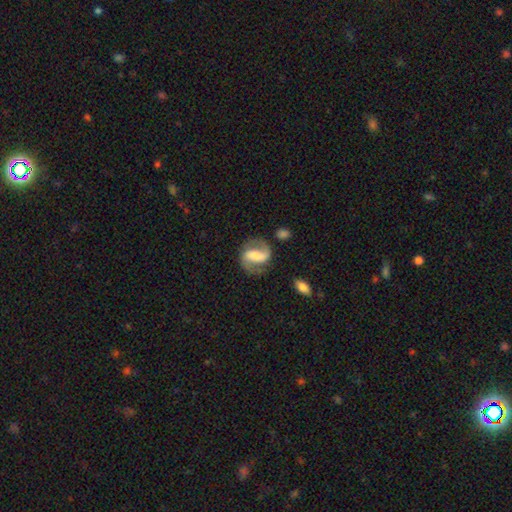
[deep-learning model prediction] The model was most divided on "bulge size": moderate: 37%, small: 26%, large: 20%, none: 13%, dominant: 4%. More confident: edge-on disk — no (97%); spiral arms — yes (94%); spiral arm count — 2 (91%); smooth or featured — featured or disk (82%); merging — none (77%); bar — strong (54%); spiral winding — medium (53%).